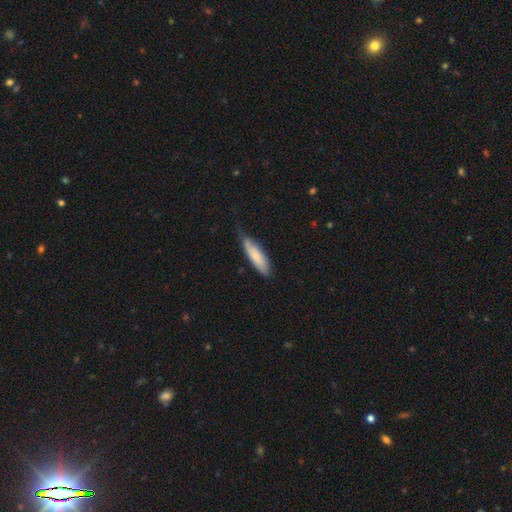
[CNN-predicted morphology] type=smooth (73%); roundness=cigar-shaped (58%); merging=none (55%).